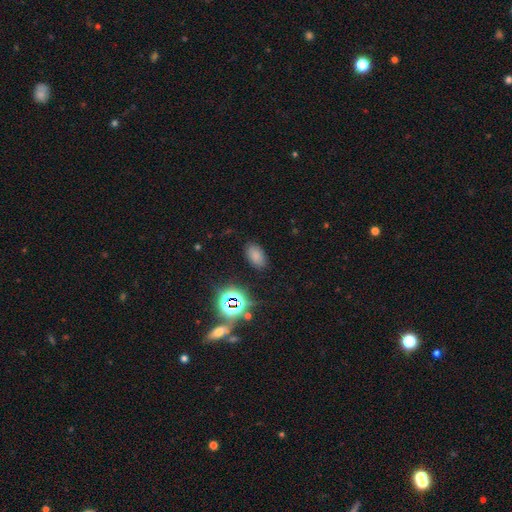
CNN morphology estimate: smooth-or-featured: smooth: 70% | star or artifact: 23% | featured or disk: 7%
  how-rounded: in between: 92% | round: 6% | cigar-shaped: 2%
  merging: none: 83% | minor disturbance: 12% | major disturbance: 4% | merger: 2%